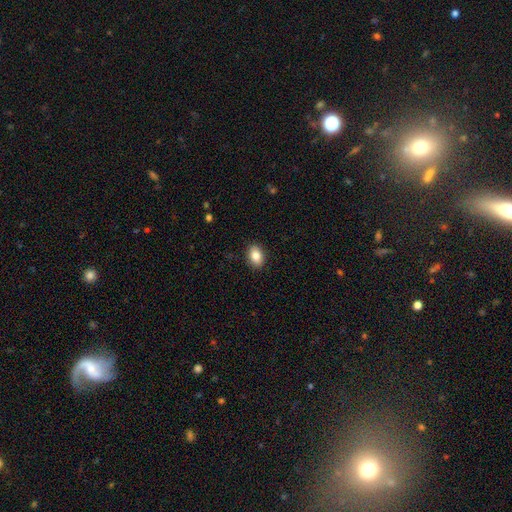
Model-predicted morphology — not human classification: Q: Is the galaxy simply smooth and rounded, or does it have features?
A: smooth — 86%.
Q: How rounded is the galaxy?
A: in between — 81%.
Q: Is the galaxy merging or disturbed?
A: none — 89%.